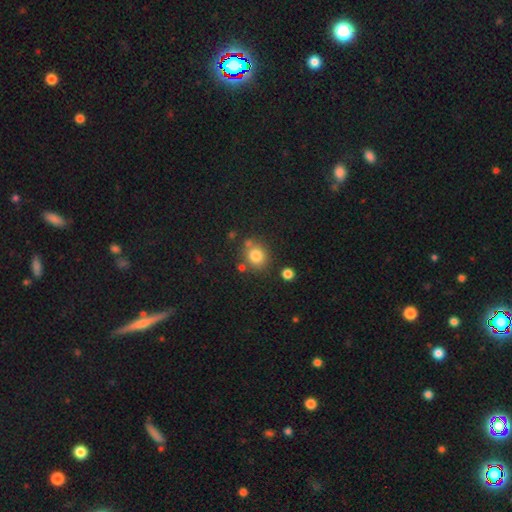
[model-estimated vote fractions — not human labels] smooth_or_featured: smooth (p=0.80) [alt: star or artifact p=0.12]
how_rounded: round (p=0.80) [alt: in between p=0.19]
merging: none (p=0.74) [alt: minor disturbance p=0.12]